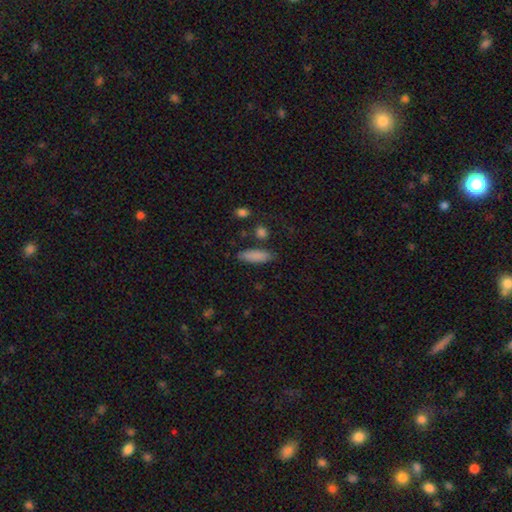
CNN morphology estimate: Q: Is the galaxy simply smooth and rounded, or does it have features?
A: smooth — 86%.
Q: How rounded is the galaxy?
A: in between — 52%.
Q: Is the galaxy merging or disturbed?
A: none — 80%.